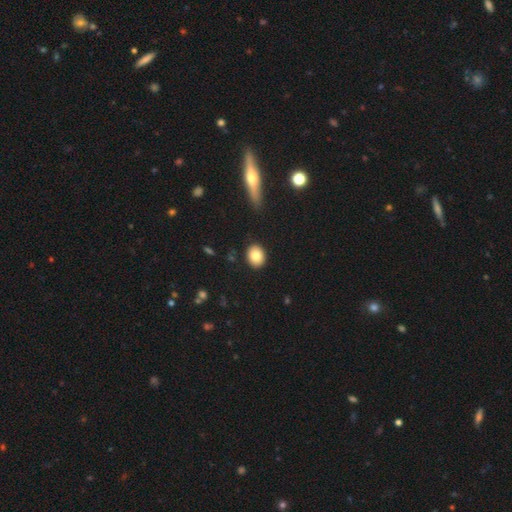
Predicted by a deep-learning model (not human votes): Smooth or featured: smooth — 81% (featured or disk — 10%)
How rounded: round — 52% (in between — 47%)
Merging: none — 90% (minor disturbance — 7%)